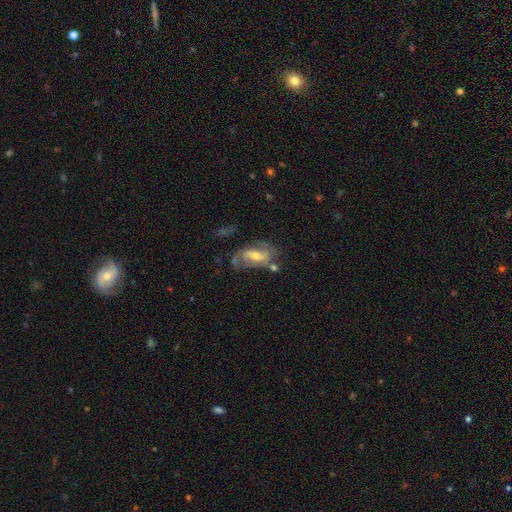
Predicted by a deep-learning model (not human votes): featured or disk 66%, smooth 26%, star or artifact 8%. Down the decision tree: edge-on disk — no (91%); bar — weak (39%); spiral arms — yes (74%); bulge size — moderate (55%); merging — none (46%).